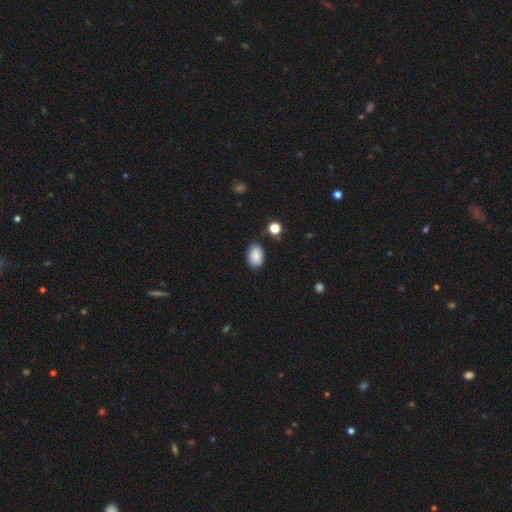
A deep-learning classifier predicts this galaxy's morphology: Q: Smooth or featured?
A: smooth (86%); runner-up: star or artifact (8%)
Q: How rounded?
A: in between (86%); runner-up: round (13%)
Q: Merging?
A: none (80%); runner-up: minor disturbance (15%)